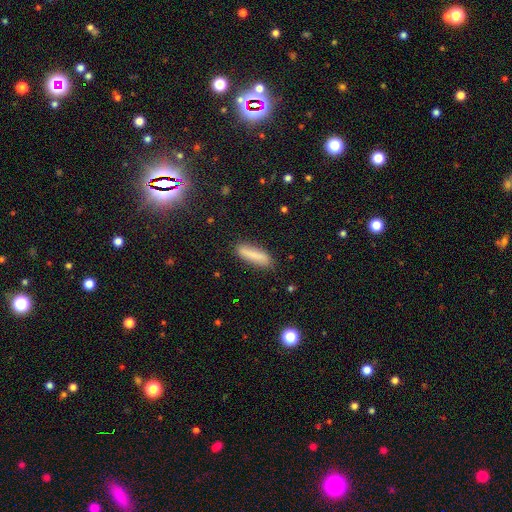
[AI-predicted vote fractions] smooth 83%, featured or disk 11%, star or artifact 7%. Down the decision tree: how rounded — cigar-shaped (70%); merging — none (83%).